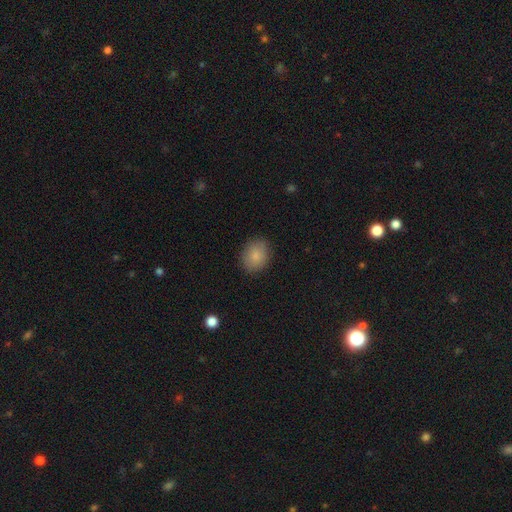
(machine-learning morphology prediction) smooth_or_featured: smooth (p=0.86) [alt: star or artifact p=0.08]
how_rounded: in between (p=0.54) [alt: round p=0.45]
merging: none (p=0.85) [alt: minor disturbance p=0.11]